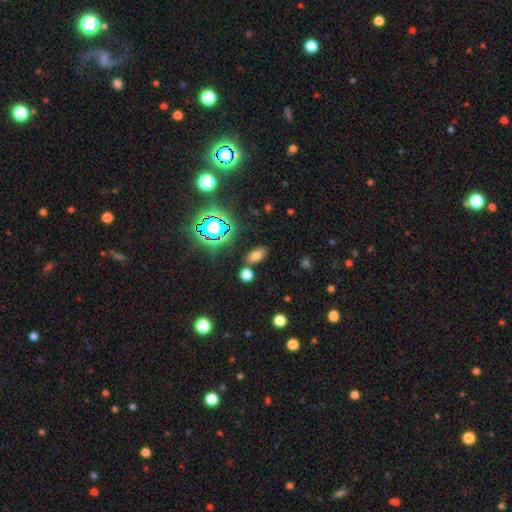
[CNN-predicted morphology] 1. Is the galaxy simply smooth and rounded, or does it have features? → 68% smooth, 22% star or artifact, 9% featured or disk.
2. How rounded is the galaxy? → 89% in between, 8% round, 3% cigar-shaped.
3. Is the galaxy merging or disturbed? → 78% none, 10% minor disturbance, 8% merger, 3% major disturbance.